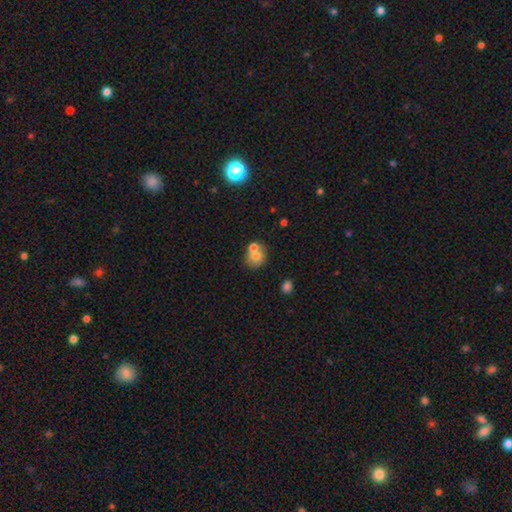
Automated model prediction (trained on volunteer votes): A smooth galaxy with no disk features (69%) that is round (75%). Merging: none (45%).